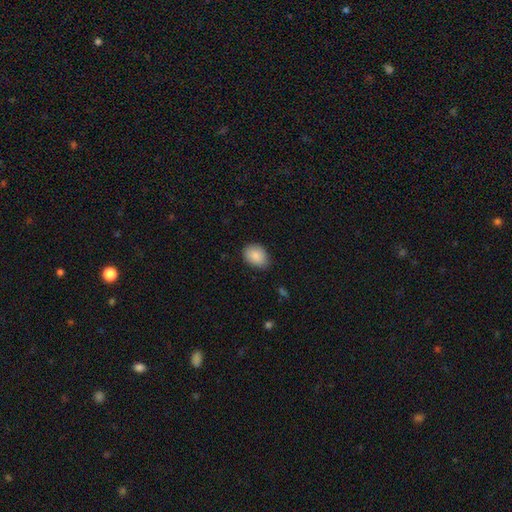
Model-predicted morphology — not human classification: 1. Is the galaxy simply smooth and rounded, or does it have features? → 88% smooth, 7% star or artifact, 6% featured or disk.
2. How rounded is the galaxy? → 72% in between, 27% round, 1% cigar-shaped.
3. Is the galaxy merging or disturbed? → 79% none, 17% minor disturbance, 3% major disturbance, 1% merger.